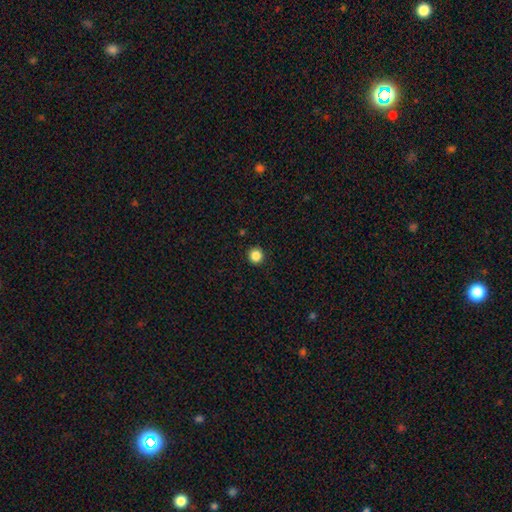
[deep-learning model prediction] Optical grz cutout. It shows a smooth galaxy with no disk features (86%) that is round (95%). Merging: none (93%).